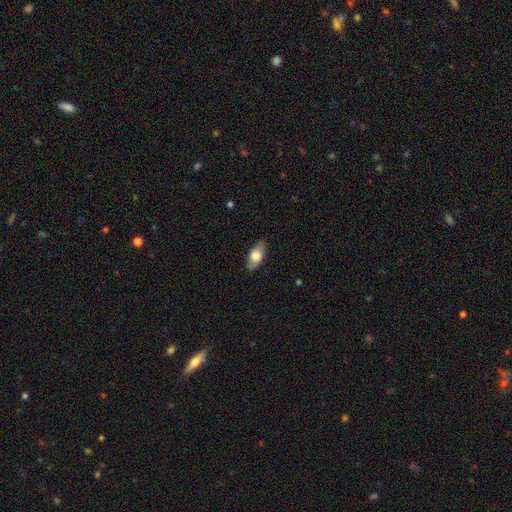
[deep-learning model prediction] A smooth galaxy with no disk features (69%) that is in between round and cigar-shaped (87%).

Vote fractions:
- Smooth or featured? smooth: 69% / featured or disk: 24% / star or artifact: 6%
- How rounded? in between: 87% / cigar-shaped: 8% / round: 5%
- Merging? none: 84% / minor disturbance: 13% / major disturbance: 3% / merger: 1%